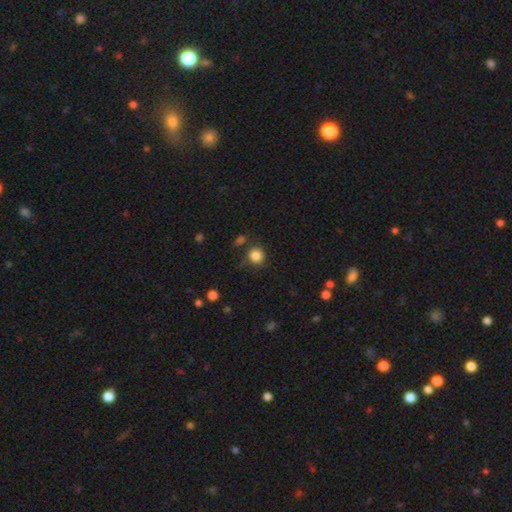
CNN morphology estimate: The model was most divided on "merging": none: 76%, minor disturbance: 14%, merger: 6%, major disturbance: 5%. More confident: how rounded — round (91%); smooth or featured — smooth (85%).